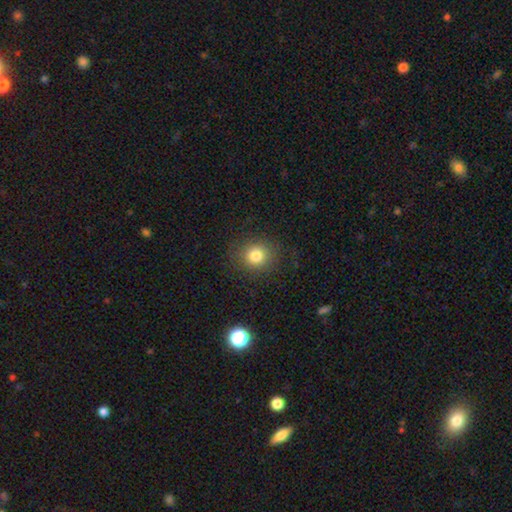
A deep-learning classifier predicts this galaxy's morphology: Q: Smooth or featured?
A: smooth (81%); runner-up: star or artifact (12%)
Q: How rounded?
A: round (83%); runner-up: in between (16%)
Q: Merging?
A: none (87%); runner-up: minor disturbance (9%)